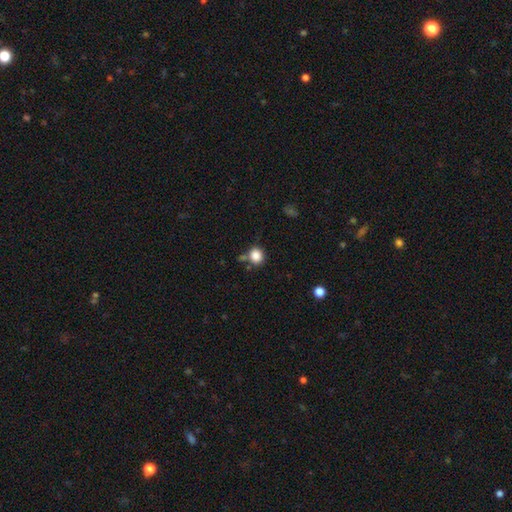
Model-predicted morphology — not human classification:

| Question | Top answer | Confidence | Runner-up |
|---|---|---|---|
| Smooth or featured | smooth | 85% | star or artifact (11%) |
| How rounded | round | 76% | in between (24%) |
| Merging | none | 71% | minor disturbance (14%) |